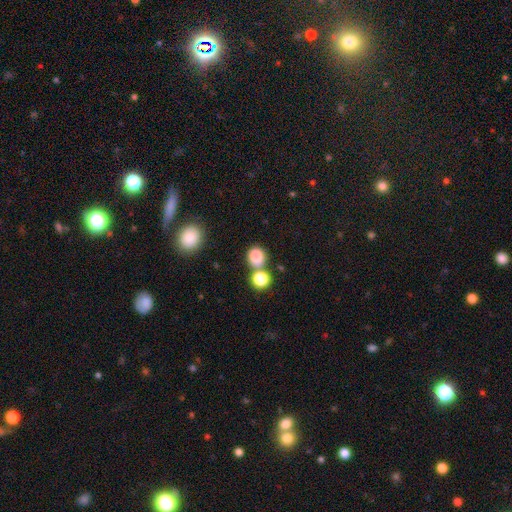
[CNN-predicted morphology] Smooth or featured? smooth (81%)
How rounded? round (69%)
Merging? none (62%)